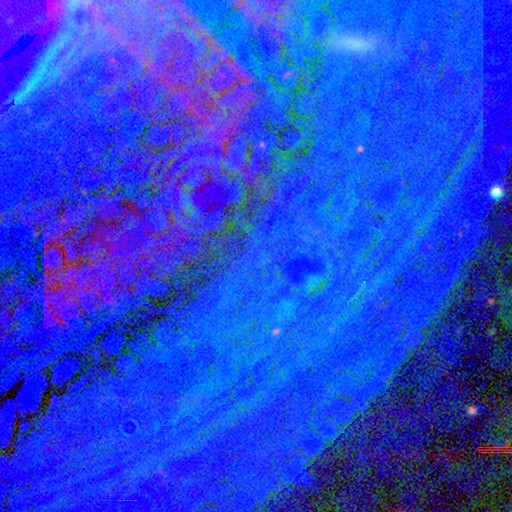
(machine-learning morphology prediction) This is clearly a star or artifact rather than a galaxy (84%).